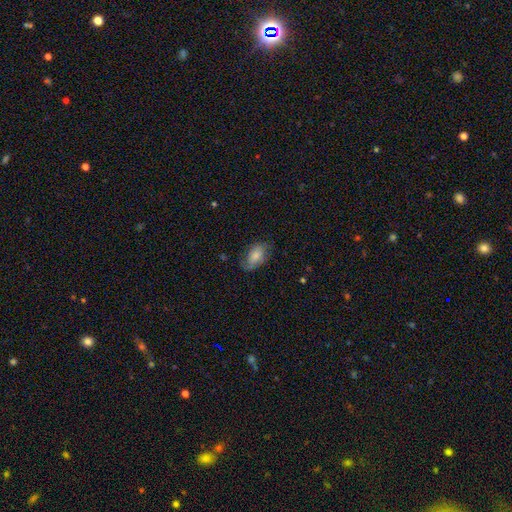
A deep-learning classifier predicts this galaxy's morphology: Smooth or featured?
  - smooth: 65% *
  - featured or disk: 27%
  - star or artifact: 7%
How rounded?
  - in between: 91% *
  - round: 6%
  - cigar-shaped: 2%
Merging?
  - none: 65% *
  - minor disturbance: 24%
  - major disturbance: 9%
  - merger: 1%